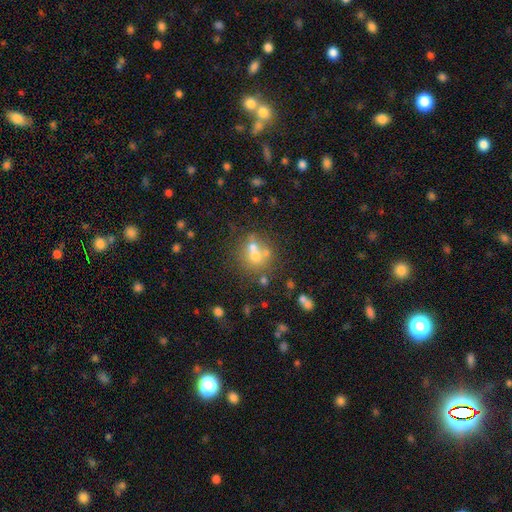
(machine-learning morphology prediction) A smooth galaxy with no disk features (53%) that is round (70%). Merging: merger (44%).